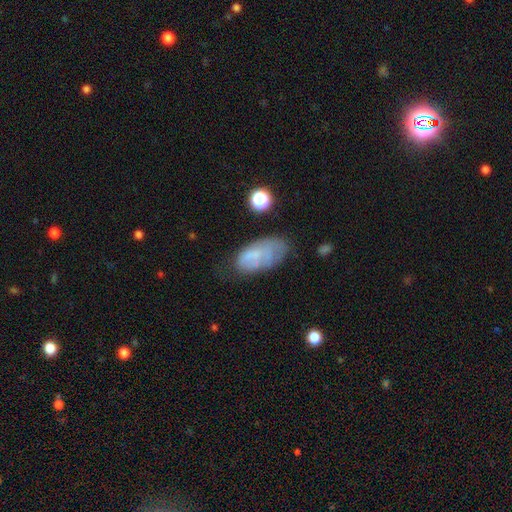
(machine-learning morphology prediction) Q: Smooth or featured?
A: smooth (56%); runner-up: featured or disk (34%)
Q: How rounded?
A: in between (92%); runner-up: cigar-shaped (4%)
Q: Merging?
A: none (49%); runner-up: minor disturbance (31%)